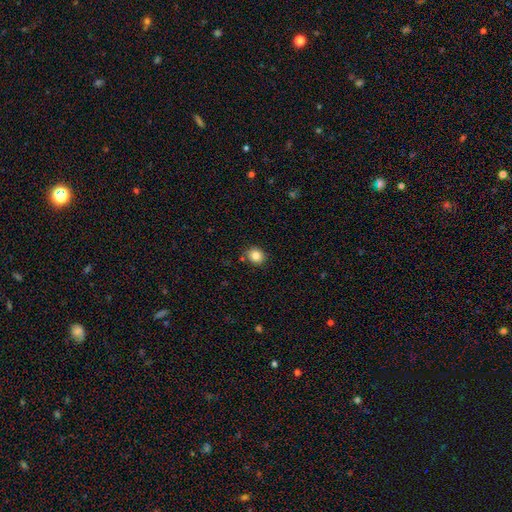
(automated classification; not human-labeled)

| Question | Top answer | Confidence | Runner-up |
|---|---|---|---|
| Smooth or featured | smooth | 84% | star or artifact (10%) |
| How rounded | round | 78% | in between (21%) |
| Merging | none | 83% | minor disturbance (11%) |